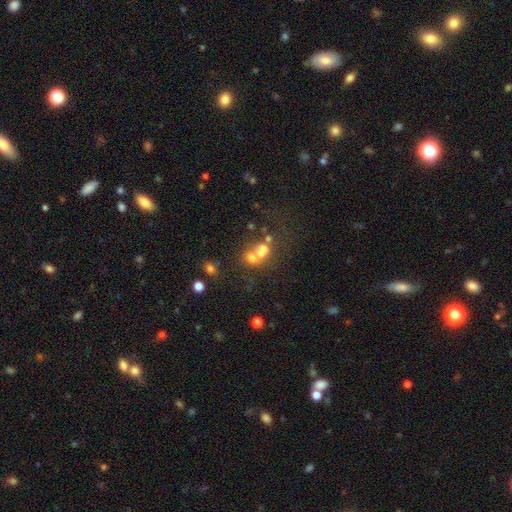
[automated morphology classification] Smooth or featured? smooth (55%)
How rounded? round (70%)
Merging? merger (57%)